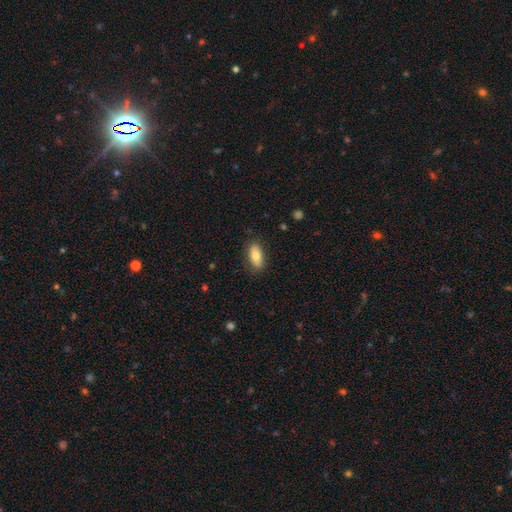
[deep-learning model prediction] smooth_or_featured: smooth (p=0.79) [alt: featured or disk p=0.15]
how_rounded: in between (p=0.84) [alt: cigar-shaped p=0.13]
merging: none (p=0.84) [alt: minor disturbance p=0.12]